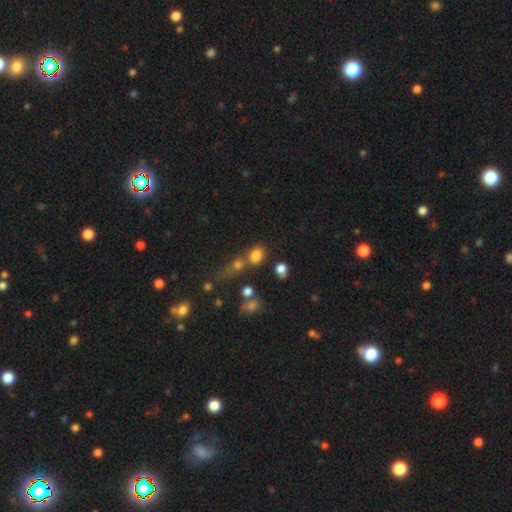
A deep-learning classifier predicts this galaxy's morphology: Smooth or featured?
  - smooth: 77% *
  - star or artifact: 15%
  - featured or disk: 8%
How rounded?
  - round: 56% *
  - in between: 42%
  - cigar-shaped: 2%
Merging?
  - none: 55% *
  - merger: 27%
  - minor disturbance: 12%
  - major disturbance: 6%